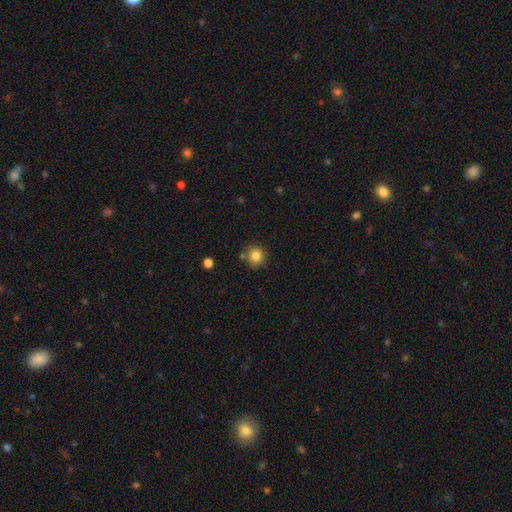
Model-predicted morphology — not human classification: Smooth or featured? Predicted: smooth (p=0.84). How rounded? Predicted: round (p=0.88). Merging? Predicted: none (p=0.79).